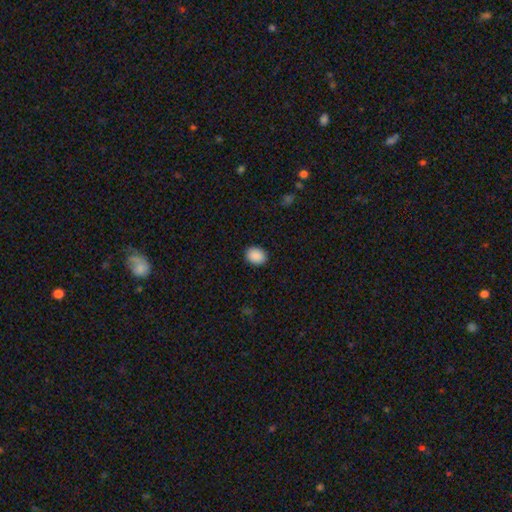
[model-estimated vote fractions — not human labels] Morphology: type=smooth (90%); roundness=in between (55%); merging=none (90%).